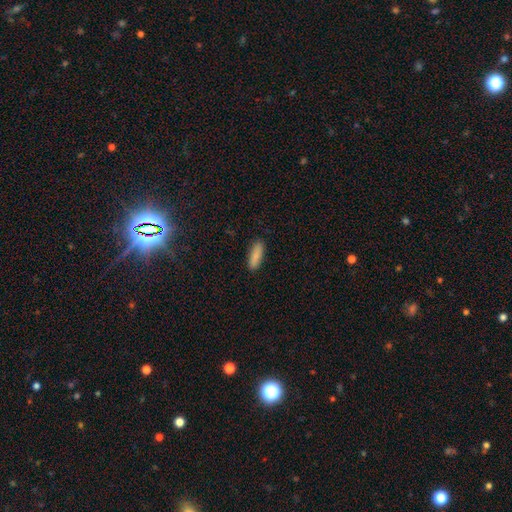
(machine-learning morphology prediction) A smooth galaxy with no disk features (86%) that is in between round and cigar-shaped (54%). Merging: none (88%).